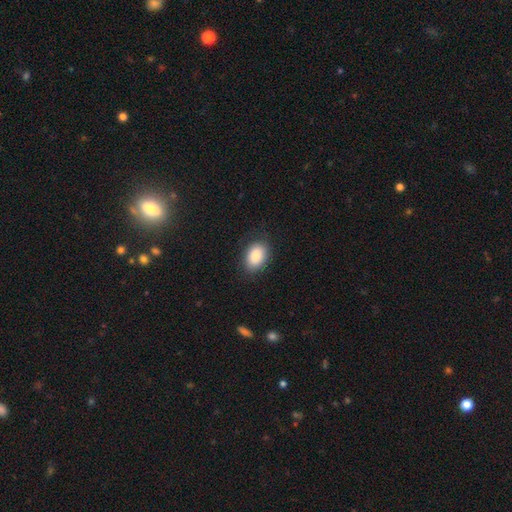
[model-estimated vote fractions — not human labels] The model was most divided on "how rounded": in between: 83%, round: 16%, cigar-shaped: 1%. More confident: smooth or featured — smooth (87%); merging — none (81%).